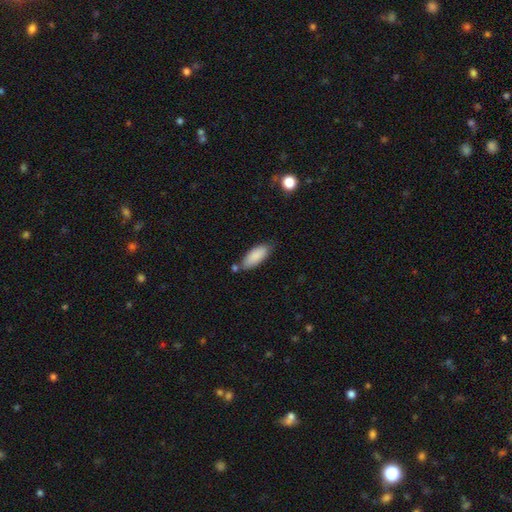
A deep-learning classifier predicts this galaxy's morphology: Smooth or featured: smooth — 88% (featured or disk — 6%)
How rounded: in between — 78% (cigar-shaped — 20%)
Merging: none — 67% (minor disturbance — 20%)